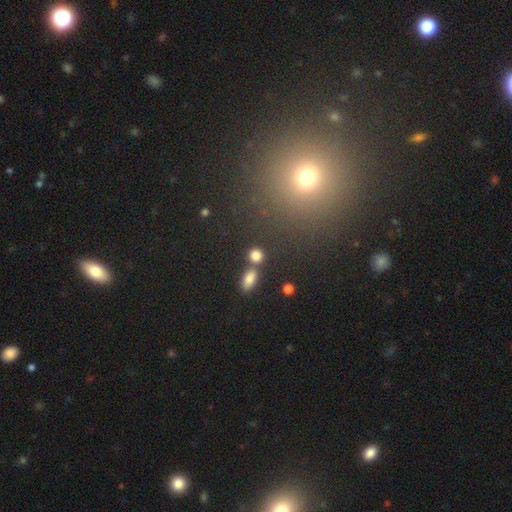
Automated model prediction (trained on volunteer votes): Q: Smooth or featured?
A: smooth (82%); runner-up: star or artifact (11%)
Q: How rounded?
A: round (58%); runner-up: in between (38%)
Q: Merging?
A: none (64%); runner-up: merger (24%)